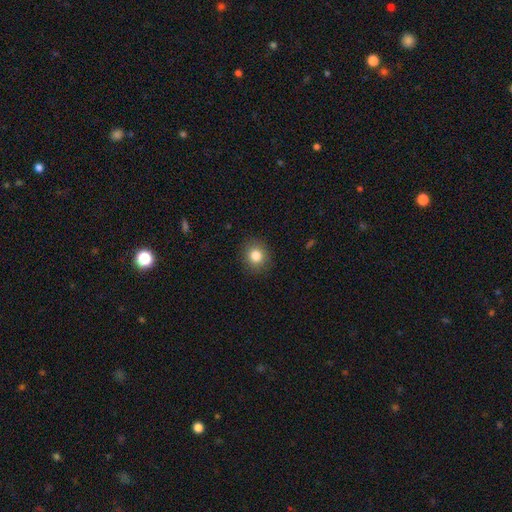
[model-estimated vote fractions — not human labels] smooth 82%, star or artifact 11%, featured or disk 7%. Down the decision tree: how rounded — round (80%); merging — none (90%).